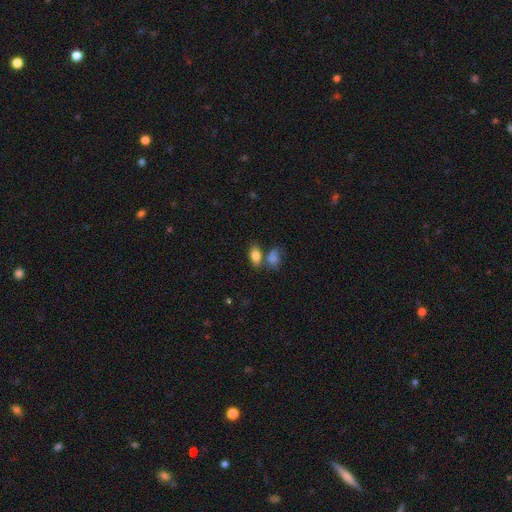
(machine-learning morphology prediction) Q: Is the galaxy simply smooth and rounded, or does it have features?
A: smooth — 82%.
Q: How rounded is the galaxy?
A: in between — 88%.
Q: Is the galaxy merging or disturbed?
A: none — 53%.